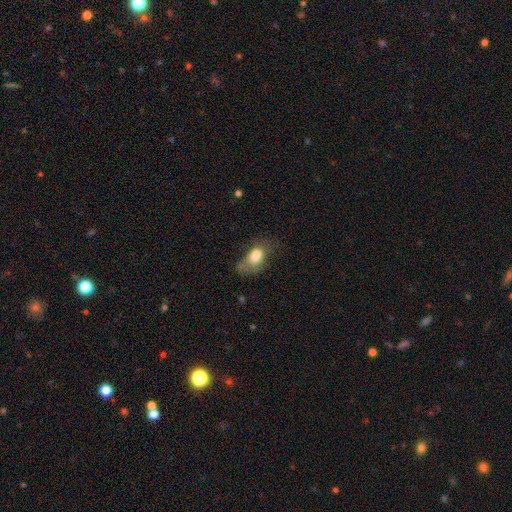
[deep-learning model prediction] Morphology: type=smooth (71%); roundness=in between (86%); merging=none (36%).